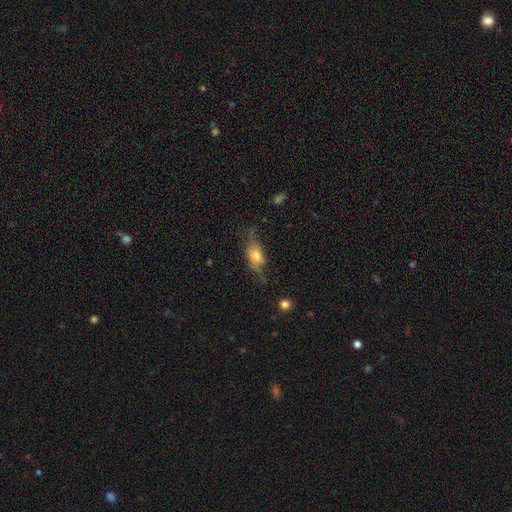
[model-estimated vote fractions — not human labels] Q: Smooth or featured?
A: smooth (51%); runner-up: featured or disk (40%)
Q: How rounded?
A: in between (73%); runner-up: cigar-shaped (20%)
Q: Merging?
A: none (50%); runner-up: minor disturbance (29%)